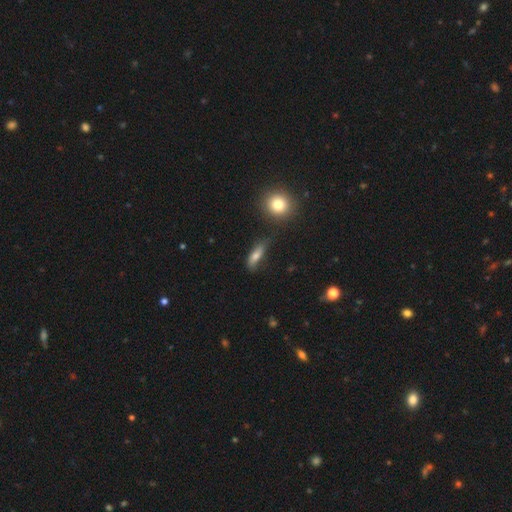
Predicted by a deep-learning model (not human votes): Smooth or featured? smooth (61%)
How rounded? cigar-shaped (52%)
Merging? none (62%)